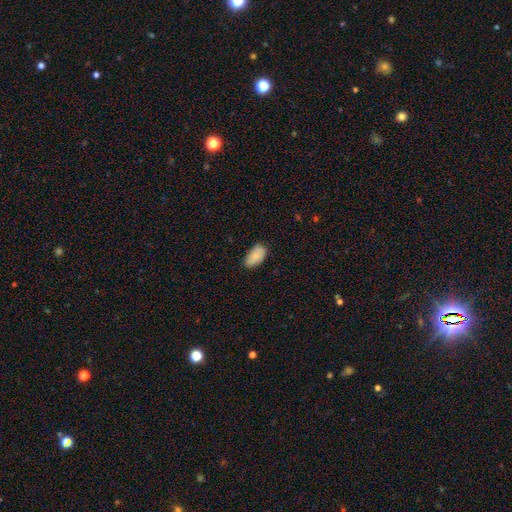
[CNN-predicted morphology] Smooth or featured? Predicted: smooth (p=0.82). How rounded? Predicted: in between (p=0.94). Merging? Predicted: none (p=0.73).